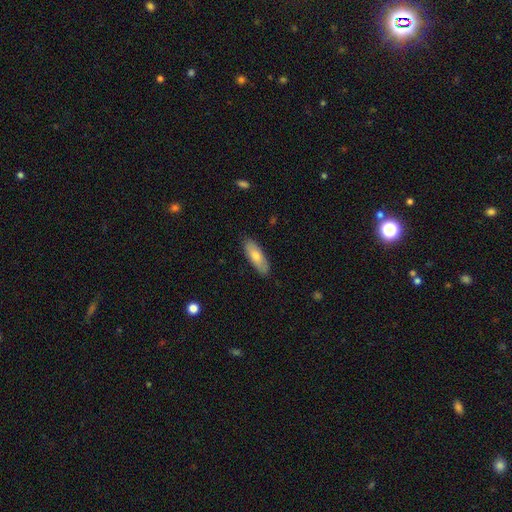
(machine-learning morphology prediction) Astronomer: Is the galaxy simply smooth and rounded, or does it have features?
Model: smooth — 71%.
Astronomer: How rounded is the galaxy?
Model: in between — 65%.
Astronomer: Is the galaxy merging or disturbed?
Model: none — 86%.